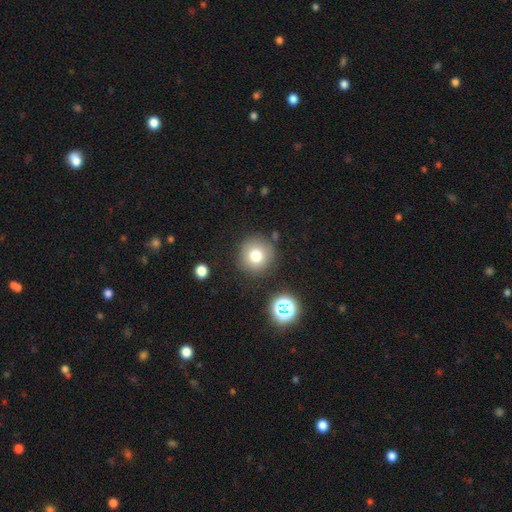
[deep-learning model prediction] Q: Smooth or featured?
A: smooth (77%); runner-up: star or artifact (14%)
Q: How rounded?
A: round (94%); runner-up: in between (5%)
Q: Merging?
A: none (84%); runner-up: minor disturbance (9%)